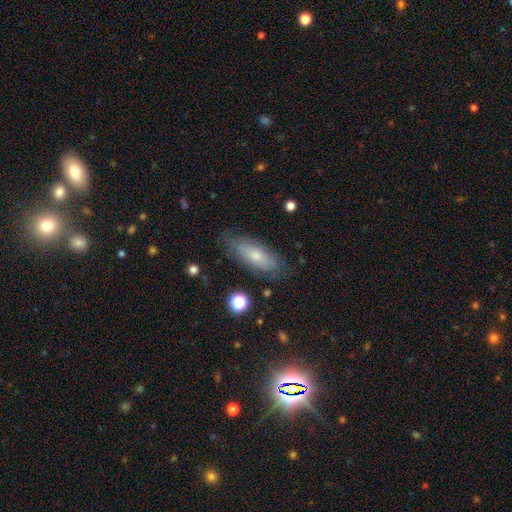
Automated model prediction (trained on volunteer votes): Overall: smooth (59%; featured or disk 34%). How rounded: in between (72%). Merging: none (77%).